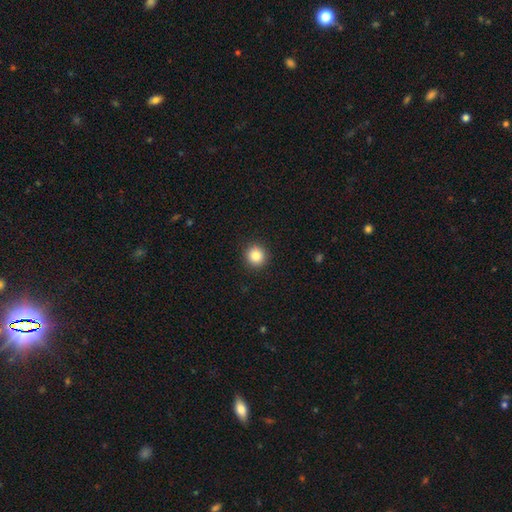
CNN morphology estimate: smooth_or_featured: smooth (p=0.85) [alt: star or artifact p=0.10]
how_rounded: round (p=0.93) [alt: in between p=0.06]
merging: none (p=0.92) [alt: minor disturbance p=0.05]